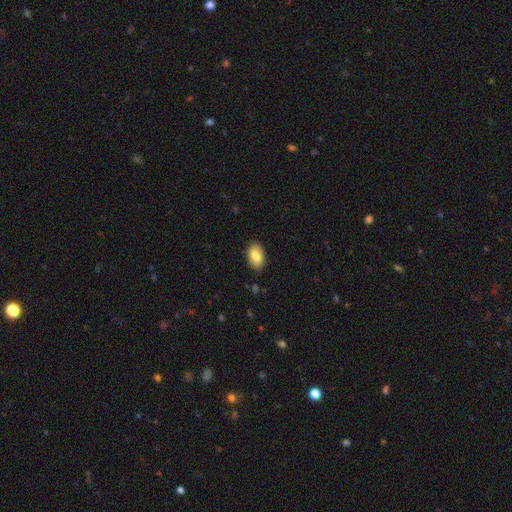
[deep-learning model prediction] The model was most divided on "smooth or featured": smooth: 82%, featured or disk: 11%, star or artifact: 7%. More confident: how rounded — in between (92%); merging — none (86%).